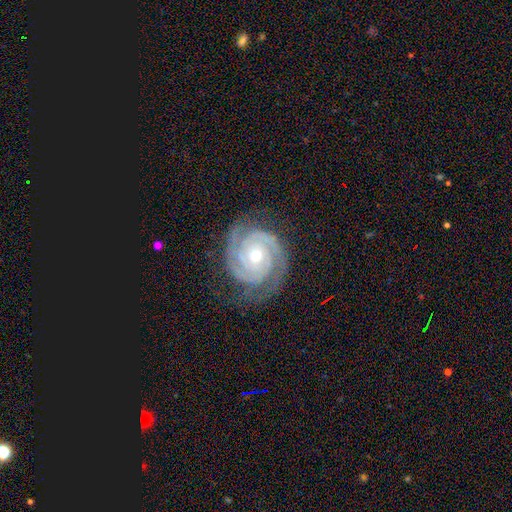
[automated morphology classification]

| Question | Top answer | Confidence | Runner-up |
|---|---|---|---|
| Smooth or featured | featured or disk | 93% | star or artifact (4%) |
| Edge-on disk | no | 98% | yes (2%) |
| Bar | no | 72% | weak (19%) |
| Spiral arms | yes | 99% | no (1%) |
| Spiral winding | tight | 81% | medium (17%) |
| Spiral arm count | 2 | 68% | 3 (19%) |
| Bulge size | moderate | 52% | small (44%) |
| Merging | none | 79% | minor disturbance (15%) |